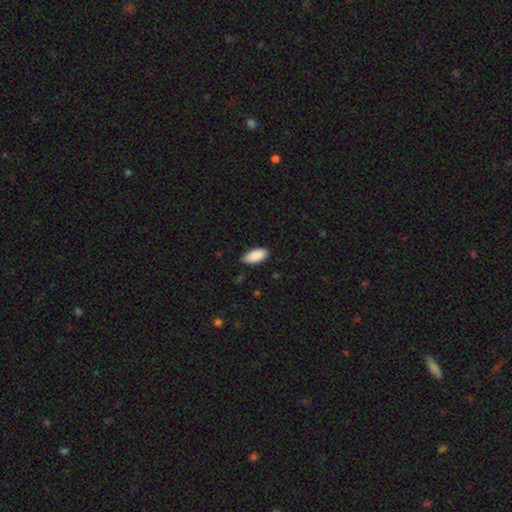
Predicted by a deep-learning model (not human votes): smooth_or_featured: smooth (p=0.90) [alt: star or artifact p=0.06]
how_rounded: in between (p=0.90) [alt: cigar-shaped p=0.08]
merging: none (p=0.87) [alt: minor disturbance p=0.10]